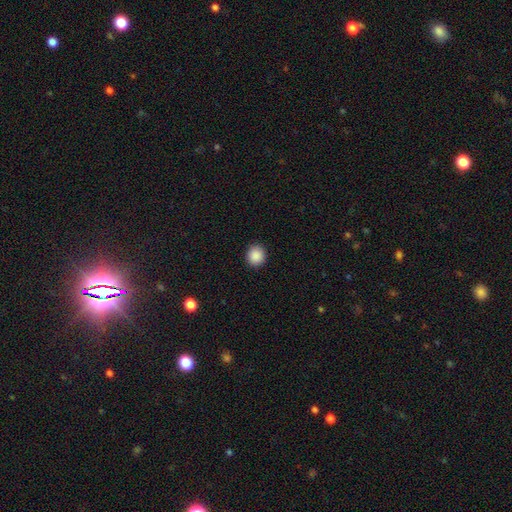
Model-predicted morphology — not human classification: The model was most divided on "how rounded": round: 83%, in between: 17%, cigar-shaped: 1%. More confident: merging — none (91%); smooth or featured — smooth (89%).